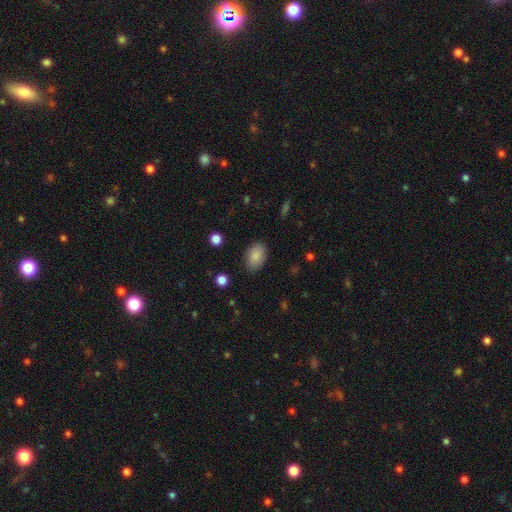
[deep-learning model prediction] Smooth or featured? Predicted: smooth (p=0.87). How rounded? Predicted: in between (p=0.87). Merging? Predicted: none (p=0.84).